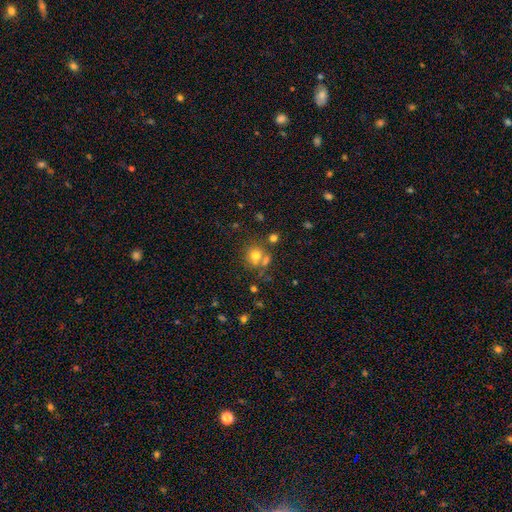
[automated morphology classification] A smooth galaxy with no disk features (68%) that is round (75%).

Vote fractions:
- Smooth or featured? smooth: 68% / star or artifact: 17% / featured or disk: 15%
- How rounded? round: 75% / in between: 24% / cigar-shaped: 1%
- Merging? none: 53% / merger: 29% / minor disturbance: 12% / major disturbance: 6%